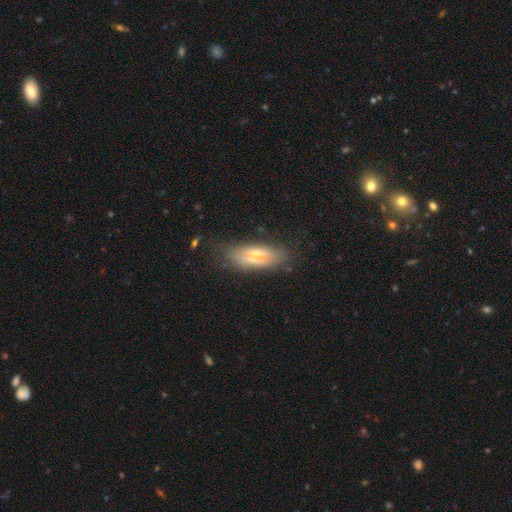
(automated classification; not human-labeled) Morphology: type=smooth (49%); merging=none (68%).